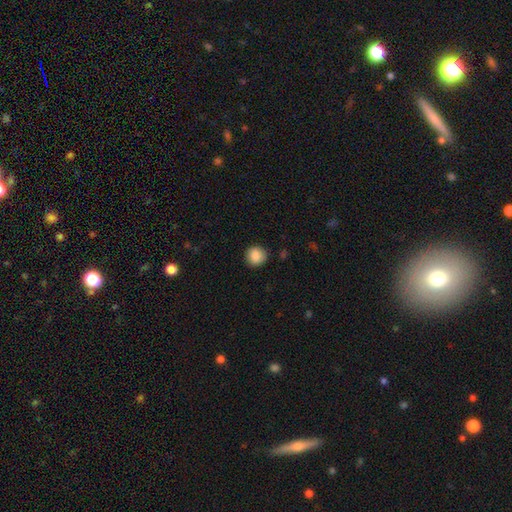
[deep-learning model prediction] Q: Smooth or featured?
A: smooth (87%); runner-up: star or artifact (8%)
Q: How rounded?
A: round (91%); runner-up: in between (8%)
Q: Merging?
A: none (88%); runner-up: minor disturbance (9%)